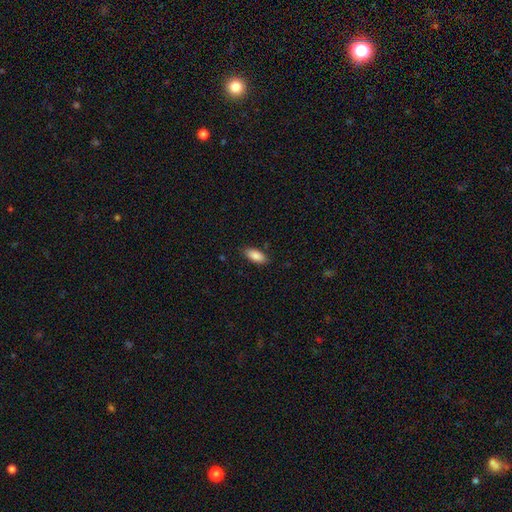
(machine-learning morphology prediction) A smooth galaxy with no disk features (87%) that is in between round and cigar-shaped (86%).

Vote fractions:
- Smooth or featured? smooth: 87% / star or artifact: 7% / featured or disk: 7%
- How rounded? in between: 86% / cigar-shaped: 12% / round: 2%
- Merging? none: 84% / minor disturbance: 12% / major disturbance: 2% / merger: 1%